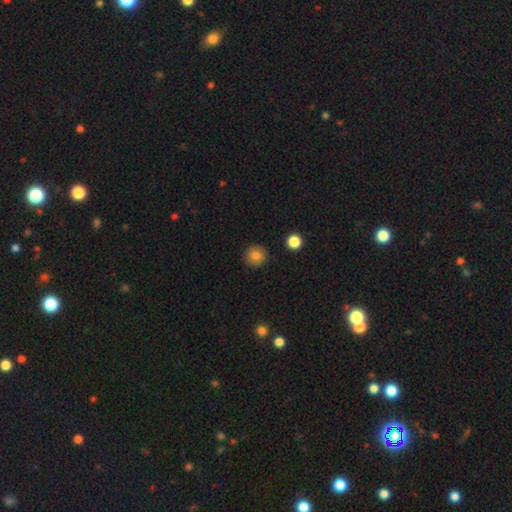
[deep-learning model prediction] A smooth galaxy with no disk features (83%) that is round (93%). Merging: none (91%).